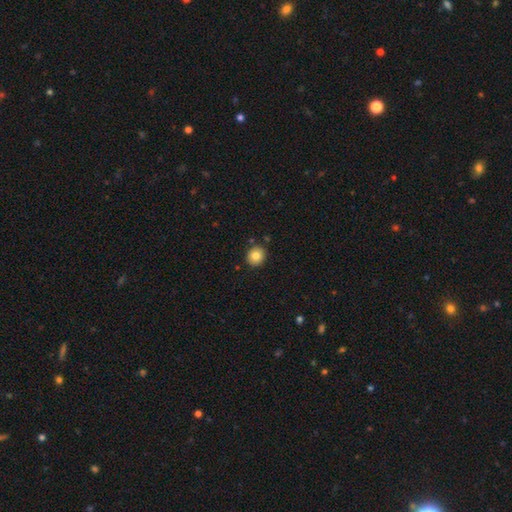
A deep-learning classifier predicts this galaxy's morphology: smooth_or_featured: smooth (p=0.82) [alt: star or artifact p=0.10]
how_rounded: round (p=0.85) [alt: in between p=0.15]
merging: none (p=0.88) [alt: minor disturbance p=0.07]